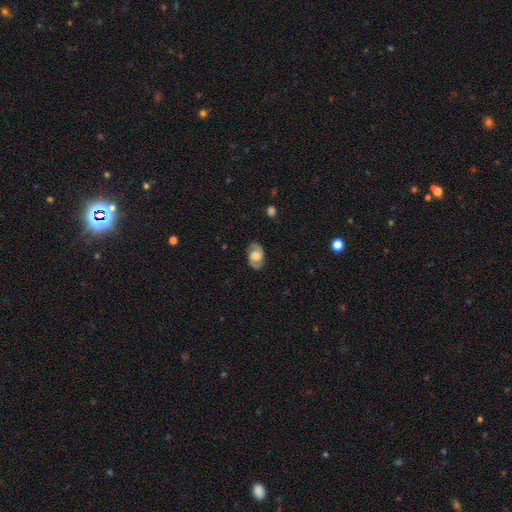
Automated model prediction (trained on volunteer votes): This is likely a featured or disk galaxy (68%). It is clearly not viewed edge-on (96%). Bar: possibly no (58%). Spiral arm pattern: clearly yes (86%). Spiral arm count: clearly 2 (89%). Spiral winding: possibly medium (48%). Central bulge: marginally large (44%). Merging: clearly none (83%).